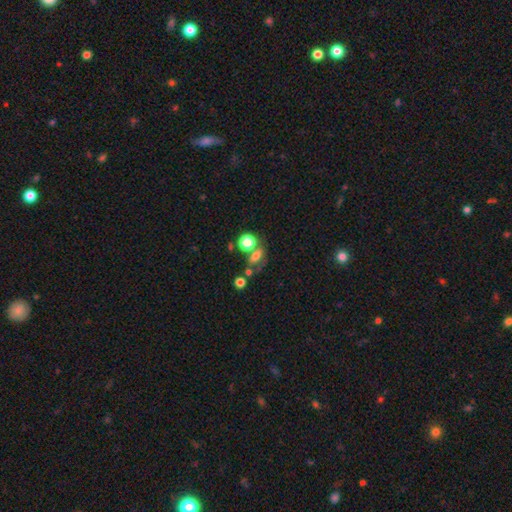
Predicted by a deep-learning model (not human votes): This is possibly a smooth galaxy (58%). How rounded: likely in between (61%). Merging: possibly none (45%).